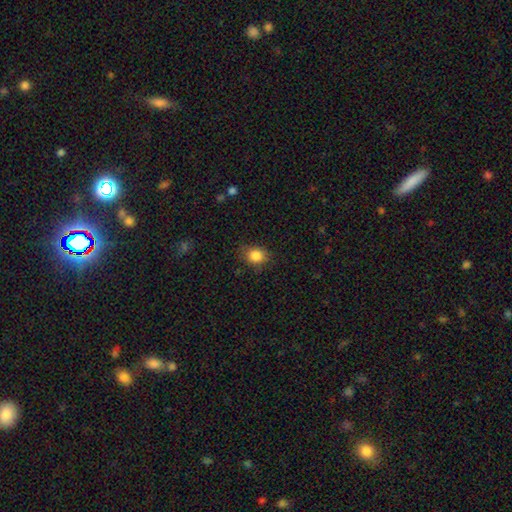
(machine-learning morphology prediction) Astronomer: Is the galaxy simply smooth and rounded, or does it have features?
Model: smooth — 85%.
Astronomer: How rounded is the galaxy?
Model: round — 56% (runner-up: in between, 43%).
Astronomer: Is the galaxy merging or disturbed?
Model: none — 77%.